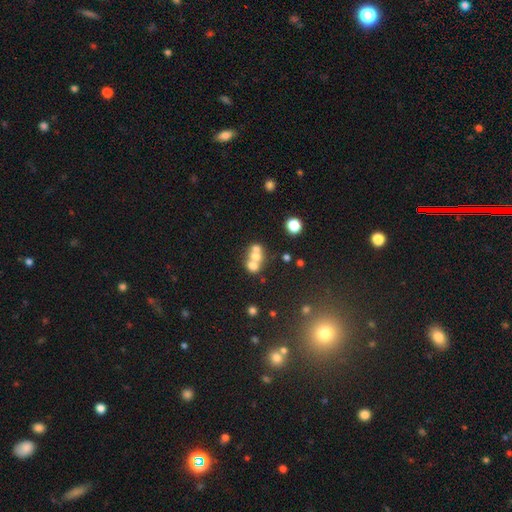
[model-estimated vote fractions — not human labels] Smooth or featured? smooth (56%)
How rounded? round (65%)
Merging? merger (62%)